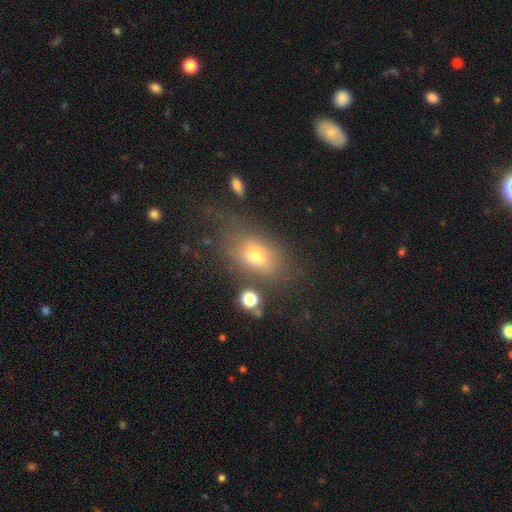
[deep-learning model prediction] smooth-or-featured: smooth: 66% | featured or disk: 20% | star or artifact: 13%
  how-rounded: in between: 80% | round: 17% | cigar-shaped: 3%
  merging: none: 55% | minor disturbance: 22% | major disturbance: 16% | merger: 7%